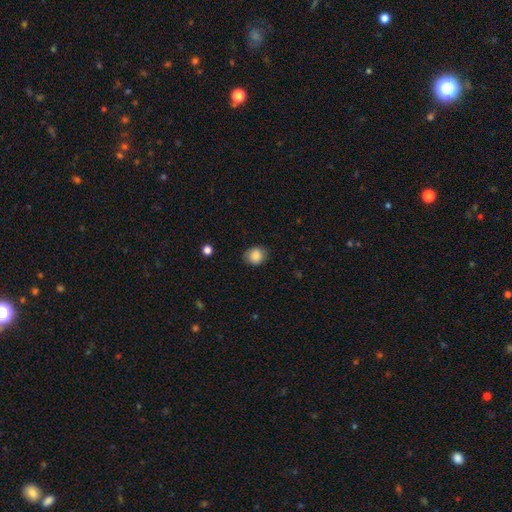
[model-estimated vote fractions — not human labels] Q: Smooth or featured?
A: smooth (87%); runner-up: star or artifact (9%)
Q: How rounded?
A: round (67%); runner-up: in between (32%)
Q: Merging?
A: none (80%); runner-up: minor disturbance (16%)